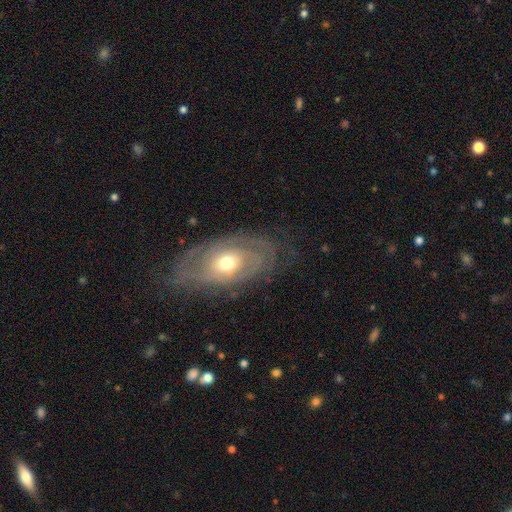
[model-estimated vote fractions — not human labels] This appears to be a featured or disk galaxy (80%) with no bar (75%), tight (70%) spiral arms (84%) and a moderate central bulge (70%). Merging: none (73%).